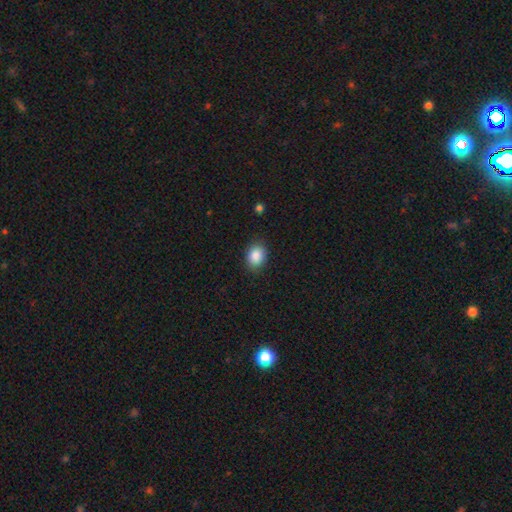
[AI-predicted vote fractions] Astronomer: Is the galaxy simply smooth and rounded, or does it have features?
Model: smooth — 88%.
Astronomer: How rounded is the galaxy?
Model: in between — 63%.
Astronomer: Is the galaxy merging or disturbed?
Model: none — 86%.